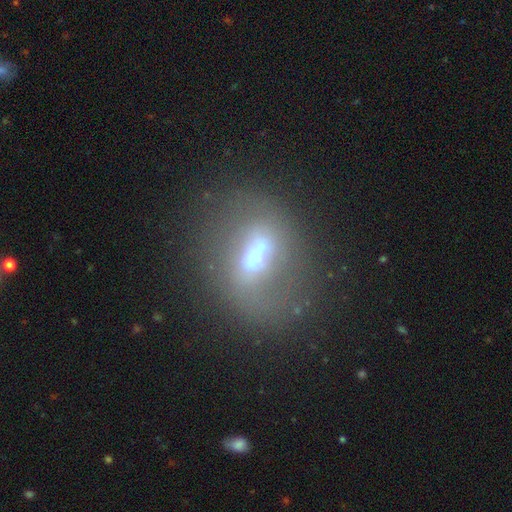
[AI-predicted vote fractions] smooth_or_featured: featured or disk (p=0.46) [alt: smooth p=0.38]
merging: none (p=0.55) [alt: major disturbance p=0.18]